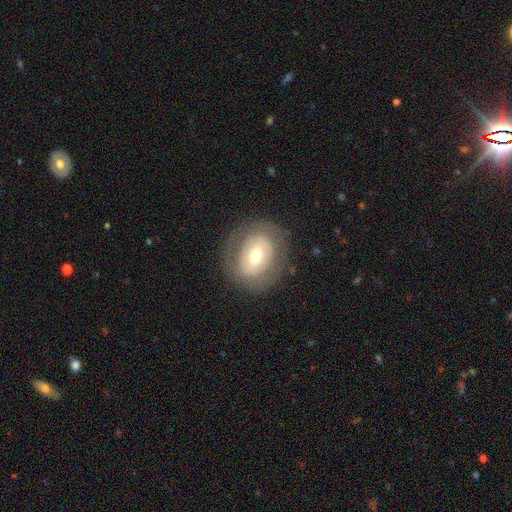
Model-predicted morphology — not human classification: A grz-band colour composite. It shows a featured or disk galaxy (48%). Merging: none (81%).